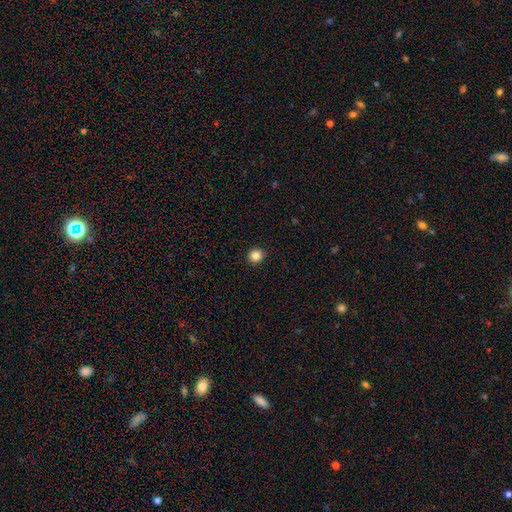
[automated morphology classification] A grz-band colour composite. It shows a smooth galaxy with no disk features (84%) that is round (87%). Merging: none (92%).